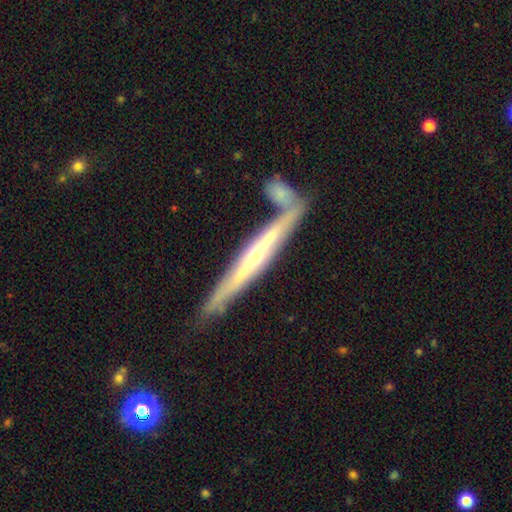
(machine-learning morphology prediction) A featured or disk galaxy (74%) viewed edge-on (94%) with a rounded central bulge (61%). Merging: none (66%).